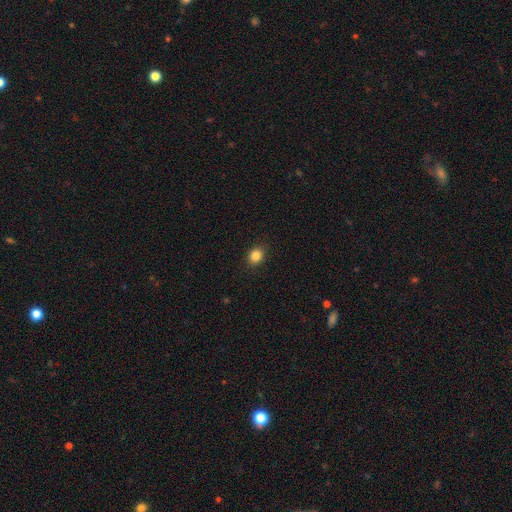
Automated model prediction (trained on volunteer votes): This appears to be a smooth galaxy with no disk features (85%) that is round (63%). Merging: none (89%).